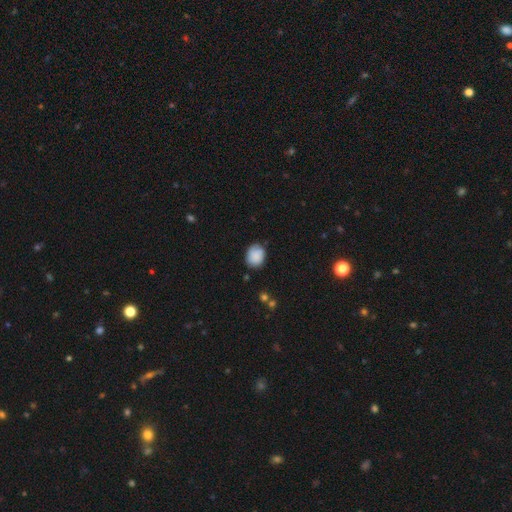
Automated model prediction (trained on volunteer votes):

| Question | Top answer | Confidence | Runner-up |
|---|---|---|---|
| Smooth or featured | smooth | 82% | featured or disk (10%) |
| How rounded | round | 55% | in between (44%) |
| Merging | none | 70% | minor disturbance (23%) |